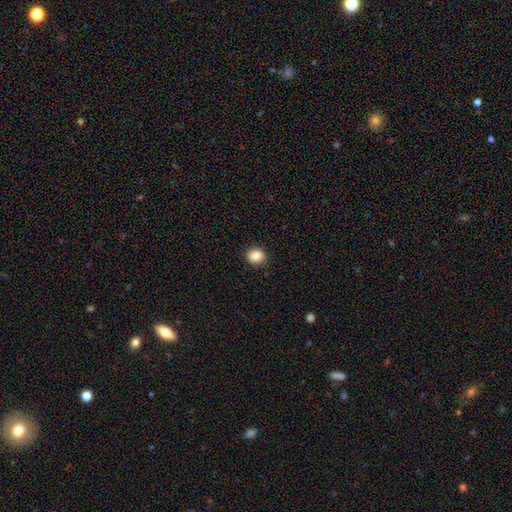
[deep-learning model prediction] Overall: smooth (87%). How rounded: round (75%). Merging: none (91%).